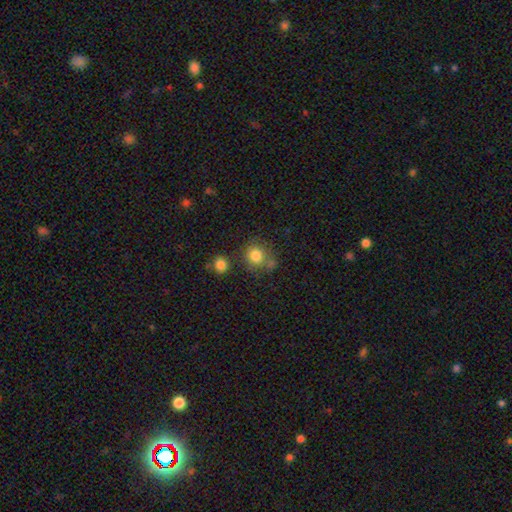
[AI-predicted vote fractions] Q: Smooth or featured?
A: smooth (81%); runner-up: star or artifact (11%)
Q: How rounded?
A: round (84%); runner-up: in between (15%)
Q: Merging?
A: none (64%); runner-up: merger (17%)